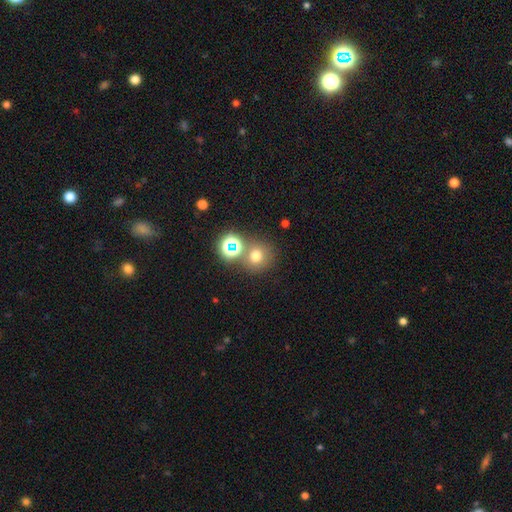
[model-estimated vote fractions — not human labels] A smooth galaxy with no disk features (67%) that is round (87%). Merging: none (68%).